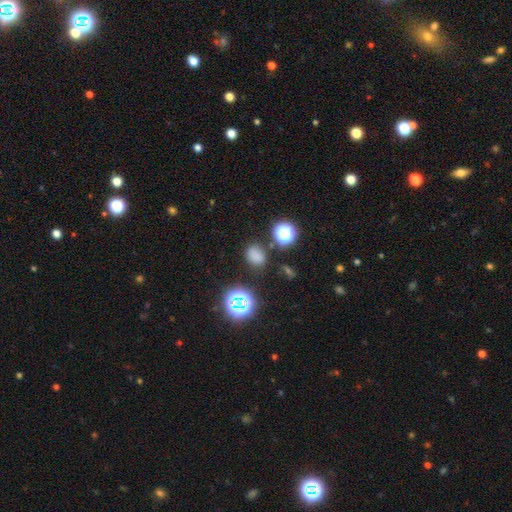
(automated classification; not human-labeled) smooth-or-featured: smooth: 71% | star or artifact: 23% | featured or disk: 6%
  how-rounded: in between: 59% | round: 39% | cigar-shaped: 1%
  merging: none: 75% | minor disturbance: 15% | merger: 5% | major disturbance: 5%